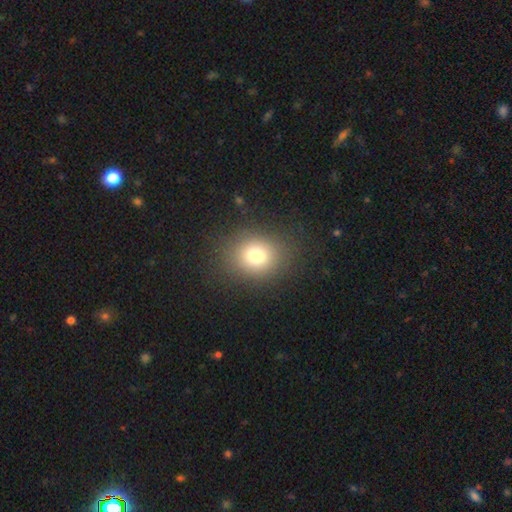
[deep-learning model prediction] Smooth or featured: smooth — 77% (star or artifact — 14%)
How rounded: round — 61% (in between — 38%)
Merging: none — 84% (minor disturbance — 10%)